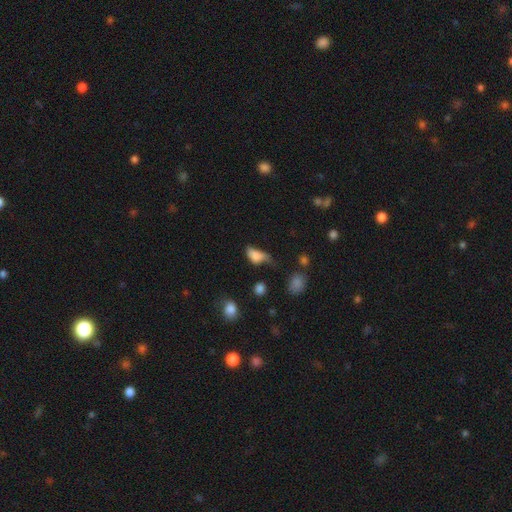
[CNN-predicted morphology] Smooth or featured?
  - smooth: 73% *
  - featured or disk: 16%
  - star or artifact: 11%
How rounded?
  - in between: 84% *
  - round: 10%
  - cigar-shaped: 6%
Merging?
  - major disturbance: 36% *
  - minor disturbance: 34%
  - none: 22%
  - merger: 7%